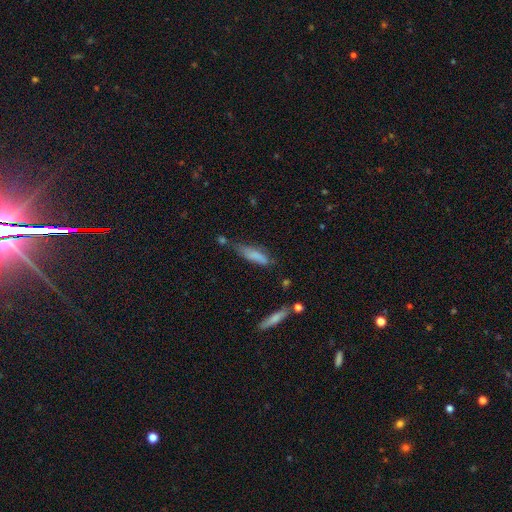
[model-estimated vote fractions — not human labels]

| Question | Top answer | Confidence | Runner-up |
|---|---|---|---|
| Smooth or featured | smooth | 78% | featured or disk (14%) |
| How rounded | cigar-shaped | 62% | in between (36%) |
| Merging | none | 45% | minor disturbance (36%) |